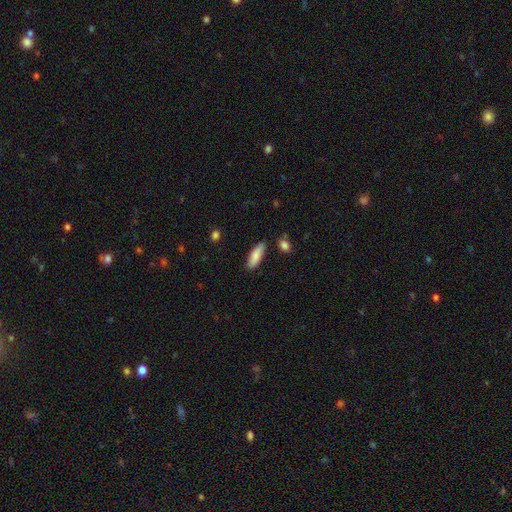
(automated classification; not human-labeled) Q: Smooth or featured?
A: smooth (86%); runner-up: featured or disk (8%)
Q: How rounded?
A: in between (57%); runner-up: cigar-shaped (41%)
Q: Merging?
A: none (84%); runner-up: minor disturbance (11%)